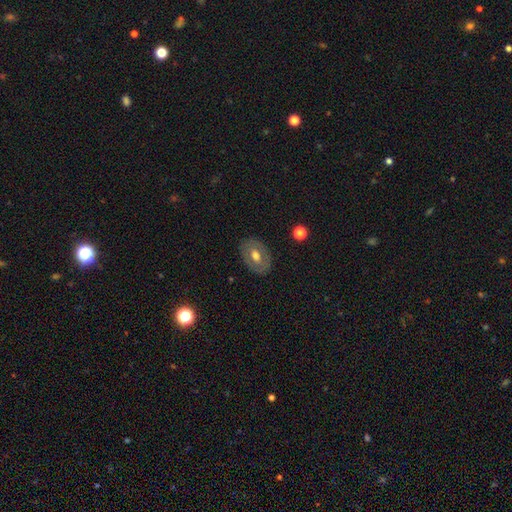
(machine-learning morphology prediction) type=smooth (50%); roundness=in between (79%); merging=none (83%).